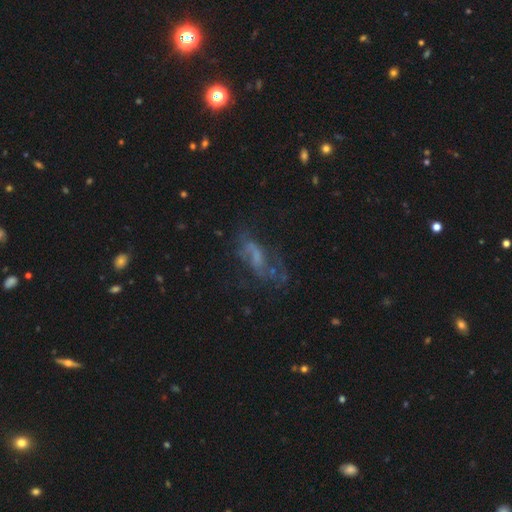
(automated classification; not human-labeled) This is possibly a featured or disk galaxy (55%). It is clearly not viewed edge-on (88%). Merging: possibly none (48%).